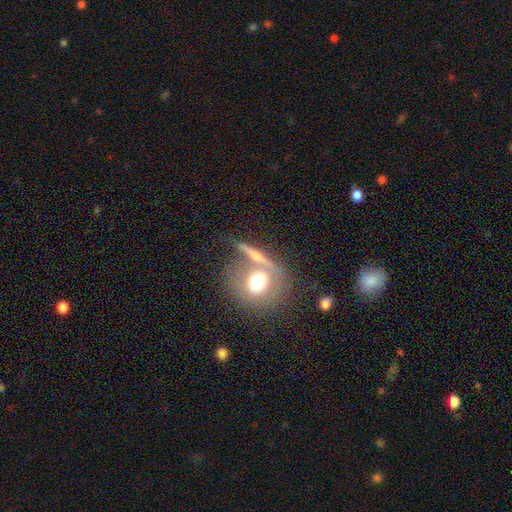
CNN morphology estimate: Smooth or featured: smooth — 48% (featured or disk — 42%)
Merging: none — 57% (merger — 26%)